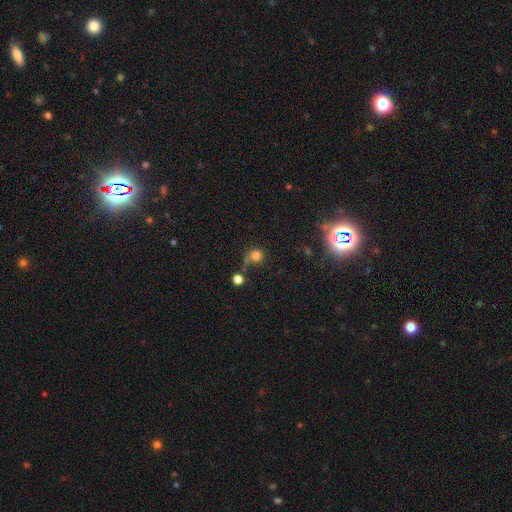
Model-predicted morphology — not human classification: A smooth galaxy with no disk features (76%) that is round (88%). Merging: none (54%).